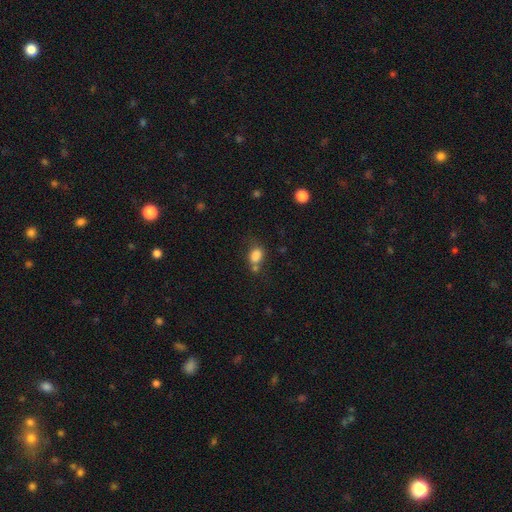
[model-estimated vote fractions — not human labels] smooth_or_featured: smooth (p=0.82) [alt: star or artifact p=0.11]
how_rounded: in between (p=0.69) [alt: round p=0.29]
merging: none (p=0.47) [alt: merger p=0.25]